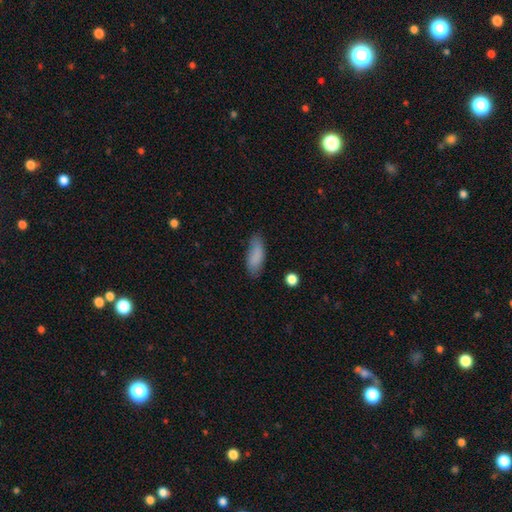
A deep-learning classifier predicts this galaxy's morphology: The model was most divided on "how rounded": in between: 73%, cigar-shaped: 25%, round: 2%. More confident: smooth or featured — smooth (84%); merging — none (75%).